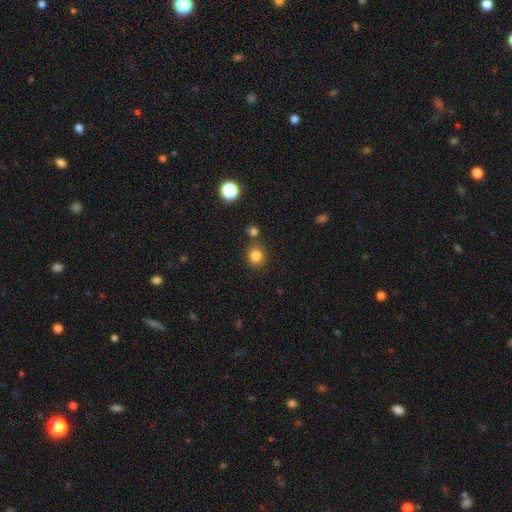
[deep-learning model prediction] A smooth galaxy with no disk features (83%) that is round (80%).

Vote fractions:
- Smooth or featured? smooth: 83% / star or artifact: 12% / featured or disk: 5%
- How rounded? round: 80% / in between: 19% / cigar-shaped: 1%
- Merging? none: 78% / merger: 10% / minor disturbance: 10% / major disturbance: 3%